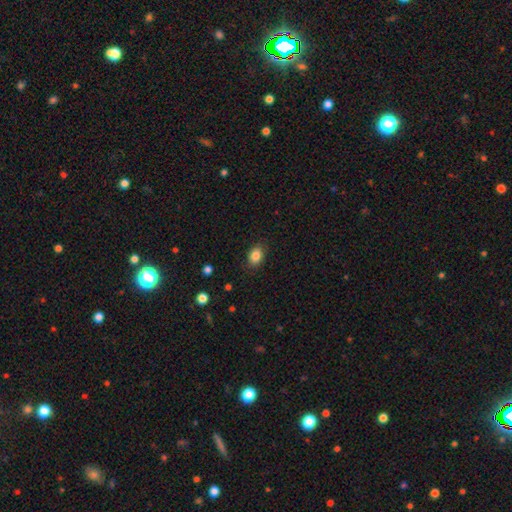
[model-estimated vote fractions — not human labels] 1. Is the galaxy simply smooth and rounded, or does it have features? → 86% smooth, 9% star or artifact, 5% featured or disk.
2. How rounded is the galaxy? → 74% in between, 25% round, 1% cigar-shaped.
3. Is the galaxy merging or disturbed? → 85% none, 11% minor disturbance, 3% major disturbance, 1% merger.